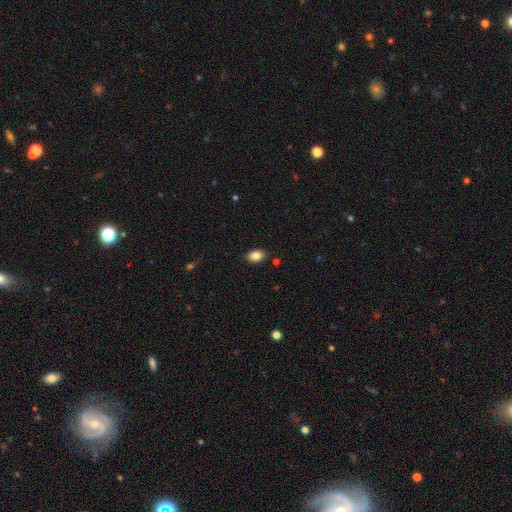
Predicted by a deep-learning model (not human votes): A smooth galaxy with no disk features (87%) that is in between round and cigar-shaped (84%).

Vote fractions:
- Smooth or featured? smooth: 87% / star or artifact: 8% / featured or disk: 5%
- How rounded? in between: 84% / round: 15% / cigar-shaped: 1%
- Merging? none: 87% / minor disturbance: 9% / major disturbance: 2% / merger: 2%